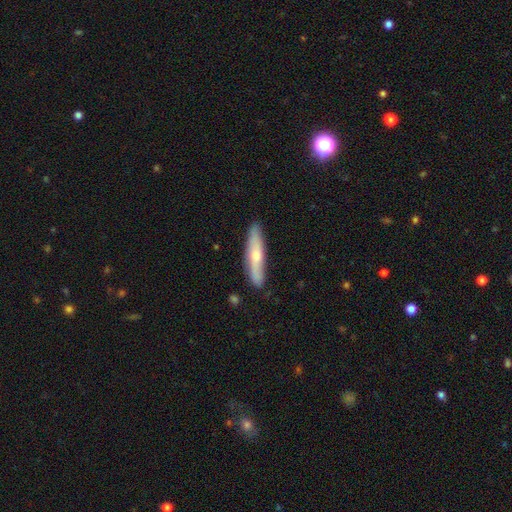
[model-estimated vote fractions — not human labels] Smooth or featured? smooth (50%)
How rounded? cigar-shaped (84%)
Merging? none (86%)